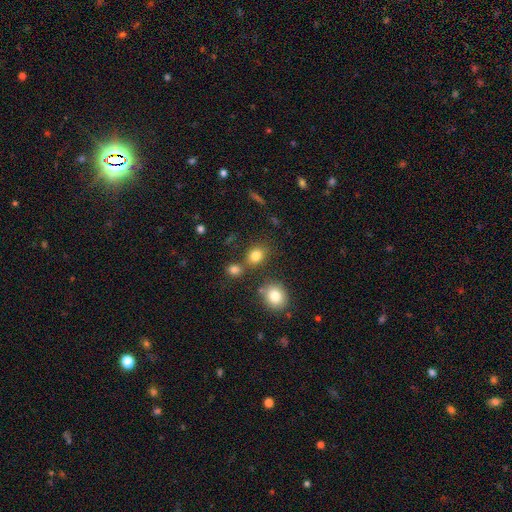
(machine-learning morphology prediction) smooth_or_featured: smooth (p=0.81) [alt: star or artifact p=0.12]
how_rounded: in between (p=0.53) [alt: round p=0.45]
merging: none (p=0.71) [alt: merger p=0.13]